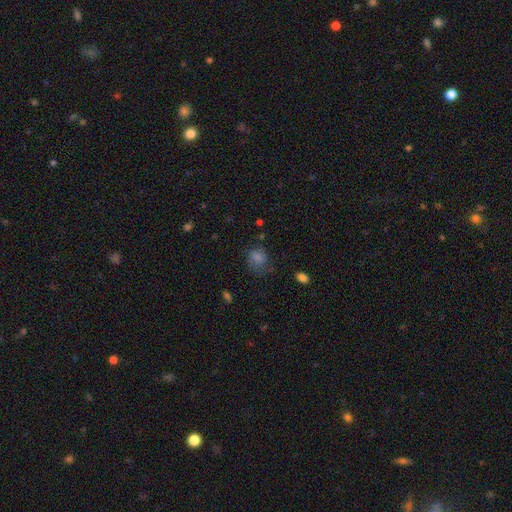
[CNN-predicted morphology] Smooth or featured? smooth (59%)
How rounded? round (72%)
Merging? none (64%)